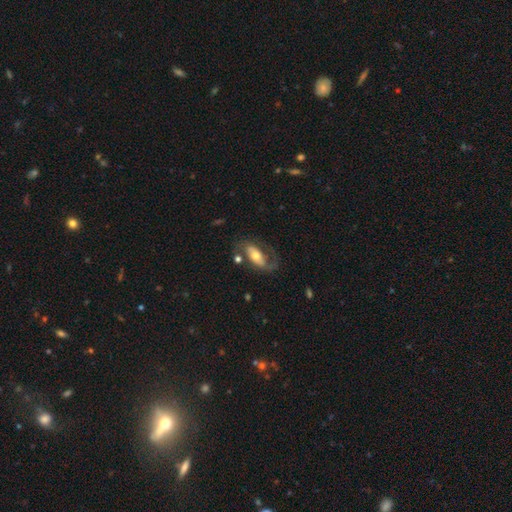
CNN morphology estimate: smooth_or_featured: featured or disk (p=0.61) [alt: smooth p=0.33]
disk_edge_on: no (p=0.89) [alt: yes p=0.11]
bar: no (p=0.51) [alt: weak p=0.26]
has_spiral_arms: yes (p=0.76) [alt: no p=0.24]
bulge_size: moderate (p=0.64) [alt: small p=0.19]
merging: none (p=0.52) [alt: major disturbance p=0.21]